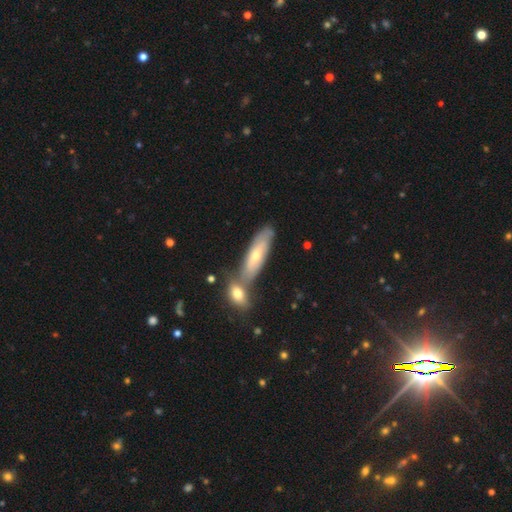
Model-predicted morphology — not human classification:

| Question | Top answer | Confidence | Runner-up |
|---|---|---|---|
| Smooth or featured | featured or disk | 48% | smooth (46%) |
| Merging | none | 55% | merger (30%) |